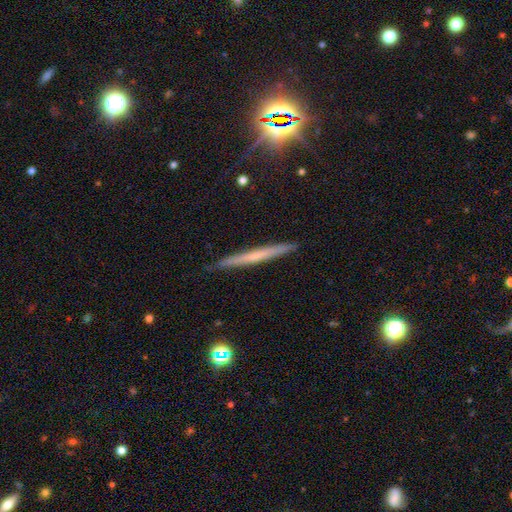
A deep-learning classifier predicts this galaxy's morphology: Overall: featured or disk (52%; smooth 40%). Edge-on disk: yes (96%). Edge-on bulge: none (77%). Merging: none (90%).